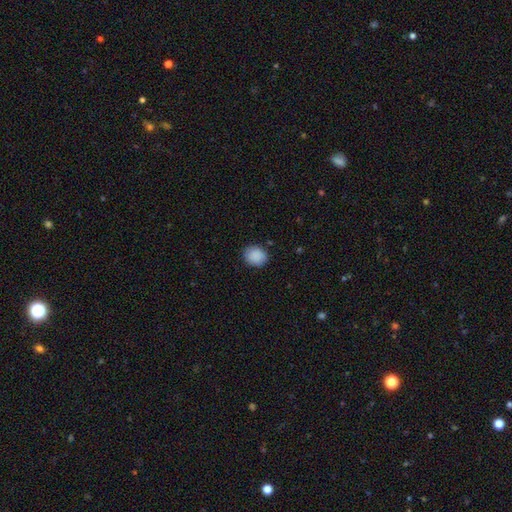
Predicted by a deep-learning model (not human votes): This is clearly a smooth galaxy (89%). How rounded: likely round (68%). Merging: clearly none (85%).